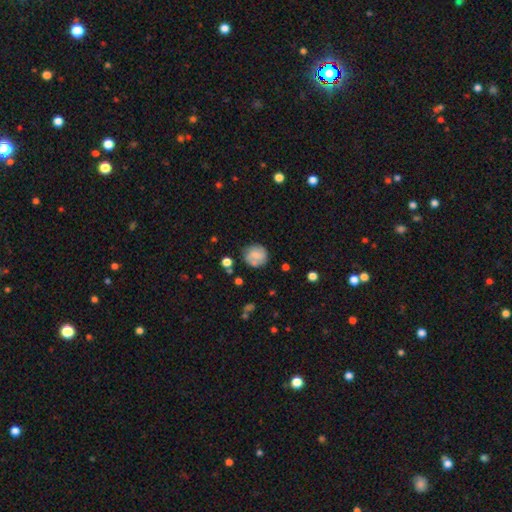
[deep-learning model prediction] Overall: smooth (59%; featured or disk 32%). How rounded: round (85%). Merging: none (70%).